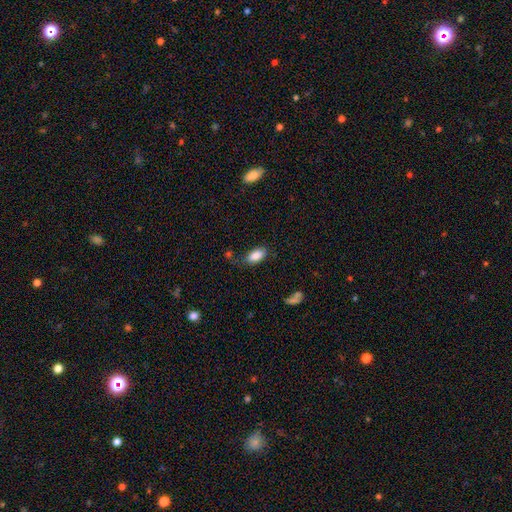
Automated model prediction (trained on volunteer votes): Morphology: type=smooth (85%); roundness=in between (92%); merging=none (67%).